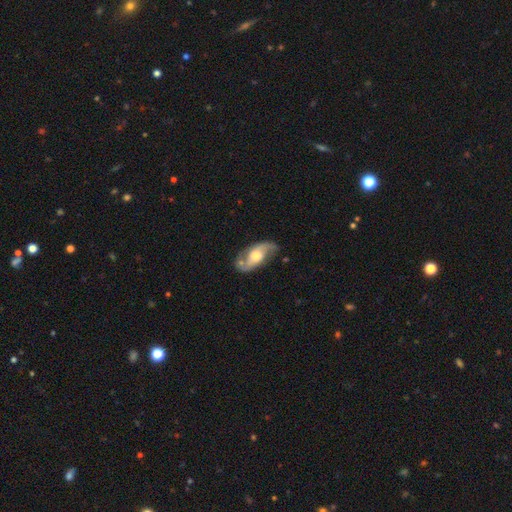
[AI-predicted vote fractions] This appears to be a featured or disk galaxy (76%) with no bar (53%), 2 (88%) loose (48%) spiral arms (90%) and a moderate central bulge (61%). Merging: none (66%).